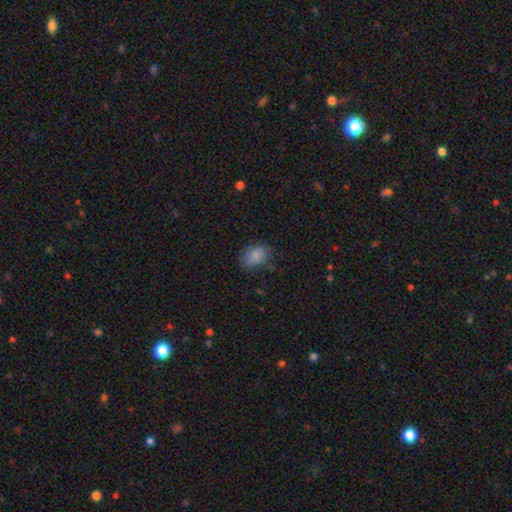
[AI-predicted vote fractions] Smooth or featured? Predicted: smooth (p=0.84). How rounded? Predicted: in between (p=0.78). Merging? Predicted: none (p=0.71).